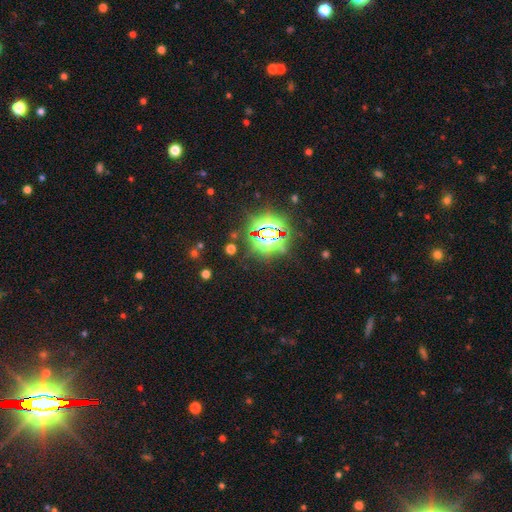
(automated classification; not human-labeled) Smooth or featured?
  - star or artifact: 83% *
  - smooth: 10%
  - featured or disk: 7%